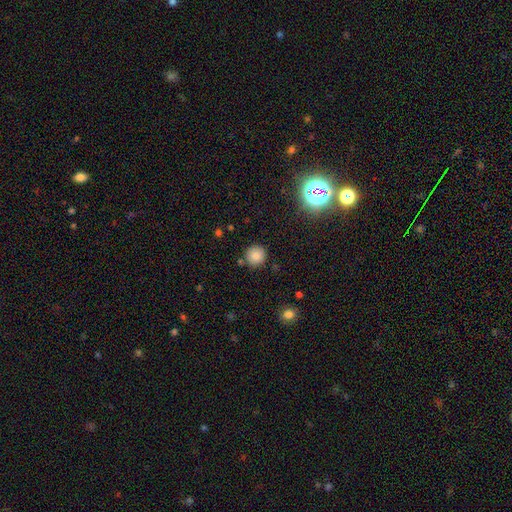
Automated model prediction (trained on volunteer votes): This is clearly a smooth galaxy (80%). How rounded: clearly round (94%). Merging: clearly none (85%).